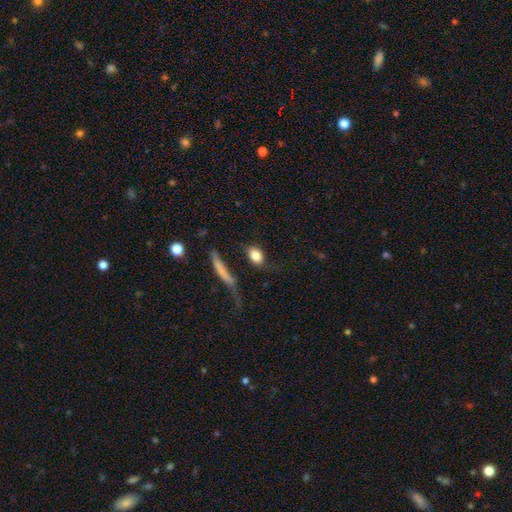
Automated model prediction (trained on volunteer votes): Smooth or featured?
  - smooth: 81% *
  - featured or disk: 11%
  - star or artifact: 8%
How rounded?
  - in between: 73% *
  - round: 22%
  - cigar-shaped: 6%
Merging?
  - none: 57% *
  - minor disturbance: 17%
  - major disturbance: 14%
  - merger: 11%